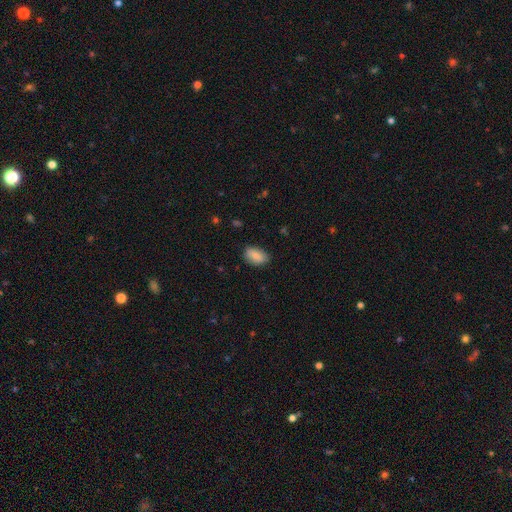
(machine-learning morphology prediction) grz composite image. It shows a smooth galaxy with no disk features (85%) that is in between round and cigar-shaped (91%). Merging: none (83%).